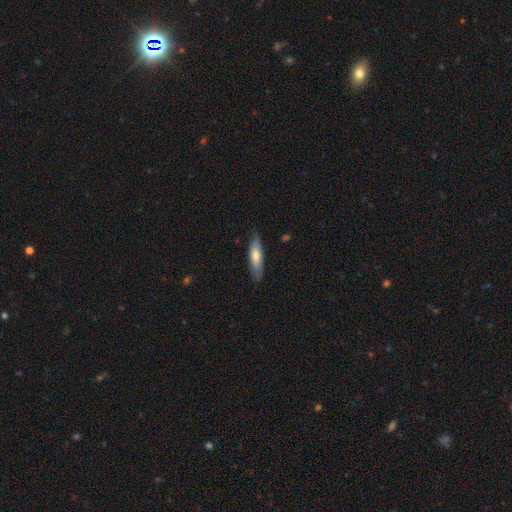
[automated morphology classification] Smooth or featured?
  - smooth: 66% *
  - featured or disk: 28%
  - star or artifact: 6%
How rounded?
  - cigar-shaped: 61% *
  - in between: 37%
  - round: 2%
Merging?
  - none: 82% *
  - minor disturbance: 15%
  - major disturbance: 3%
  - merger: 1%